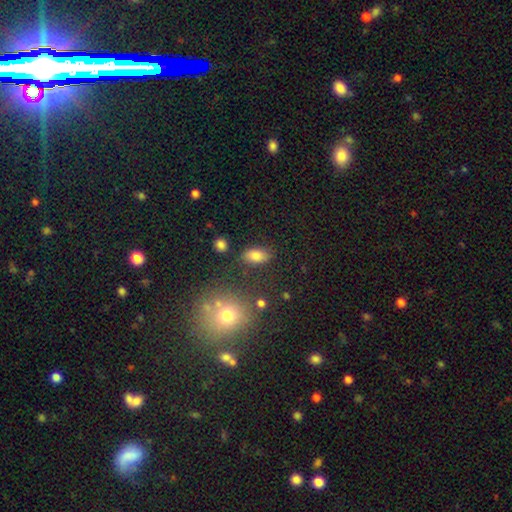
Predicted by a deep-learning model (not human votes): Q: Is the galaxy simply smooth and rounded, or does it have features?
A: smooth — 82%.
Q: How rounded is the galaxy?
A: in between — 88%.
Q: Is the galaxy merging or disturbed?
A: none — 81%.